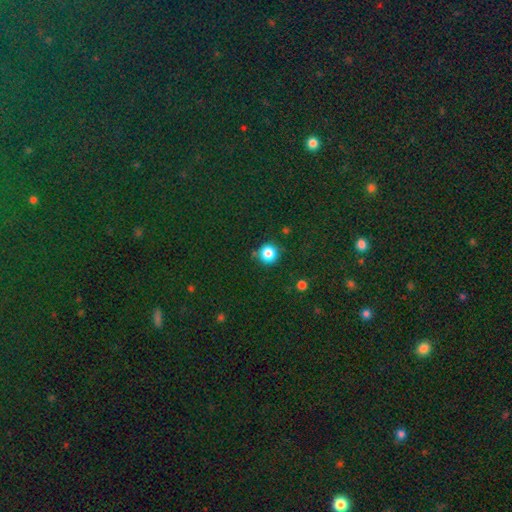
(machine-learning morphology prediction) smooth-or-featured: star or artifact: 70% | smooth: 23% | featured or disk: 7%